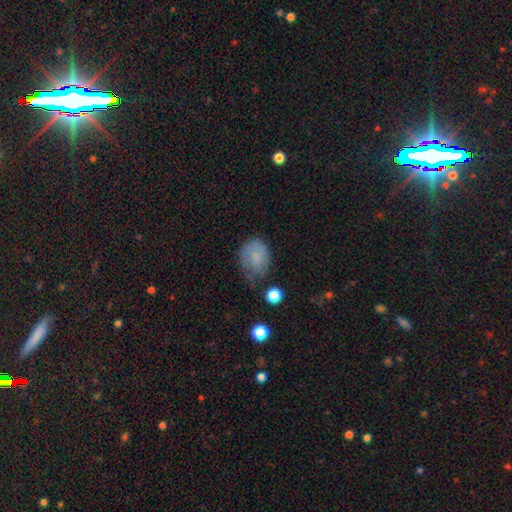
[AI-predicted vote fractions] Smooth or featured?
  - smooth: 78% *
  - featured or disk: 12%
  - star or artifact: 10%
How rounded?
  - round: 51% *
  - in between: 48%
  - cigar-shaped: 1%
Merging?
  - none: 47% *
  - minor disturbance: 36%
  - major disturbance: 14%
  - merger: 3%